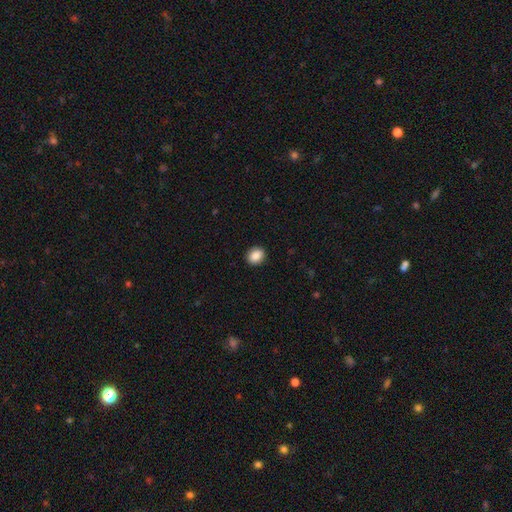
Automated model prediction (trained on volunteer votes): smooth_or_featured: smooth (p=0.88) [alt: star or artifact p=0.08]
how_rounded: round (p=0.60) [alt: in between p=0.40]
merging: none (p=0.91) [alt: minor disturbance p=0.06]